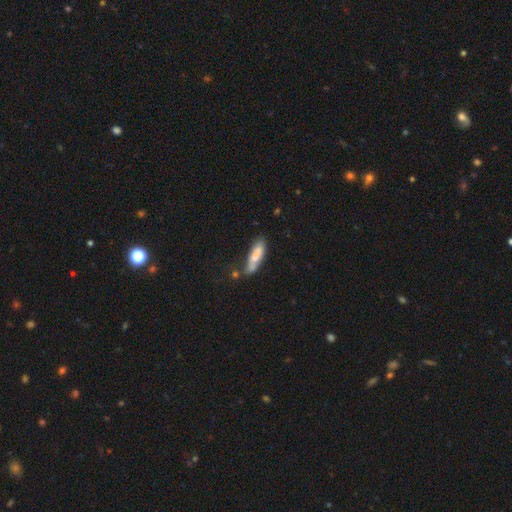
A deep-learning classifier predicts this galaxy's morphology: Smooth or featured: smooth — 72% (featured or disk — 21%)
How rounded: cigar-shaped — 62% (in between — 37%)
Merging: none — 51% (minor disturbance — 25%)